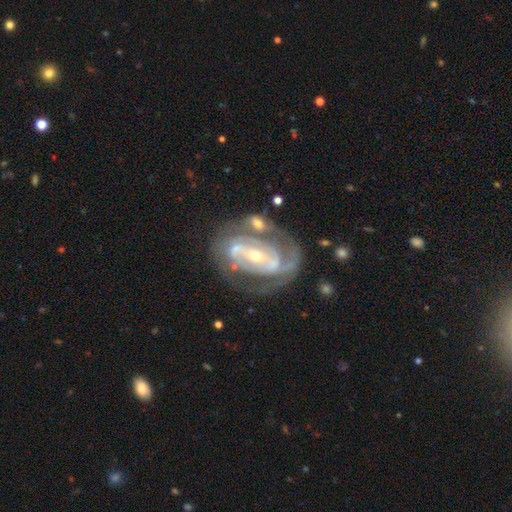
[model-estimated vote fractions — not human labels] Morphology: type=featured or disk (86%); edge-on=no (96%); bar=no (35%); spiral arms=yes (83%); winding=tight (53%); arm count=2 (56%); bulge=small (62%); merging=none (51%).